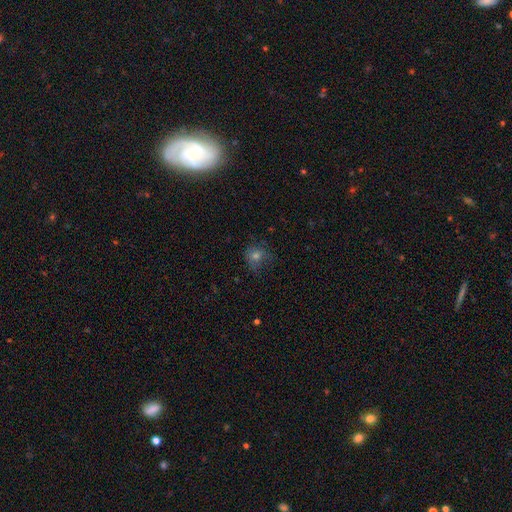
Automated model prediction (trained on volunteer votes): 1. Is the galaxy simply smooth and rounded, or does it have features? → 58% smooth, 24% star or artifact, 18% featured or disk.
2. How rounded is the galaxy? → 81% round, 18% in between, 1% cigar-shaped.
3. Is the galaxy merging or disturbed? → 64% none, 22% minor disturbance, 13% major disturbance, 2% merger.